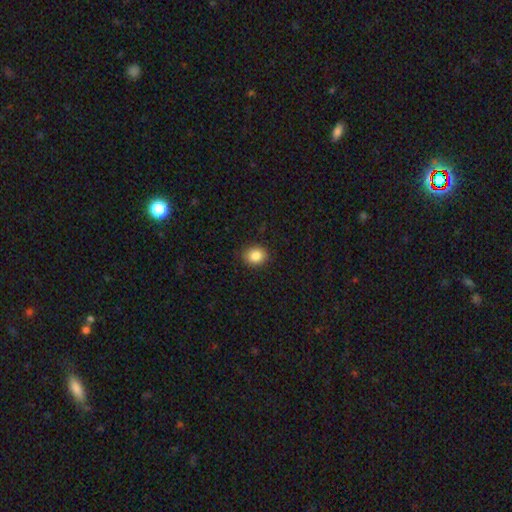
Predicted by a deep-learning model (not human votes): This is clearly a smooth galaxy (86%). How rounded: possibly round (51%). Merging: clearly none (89%).